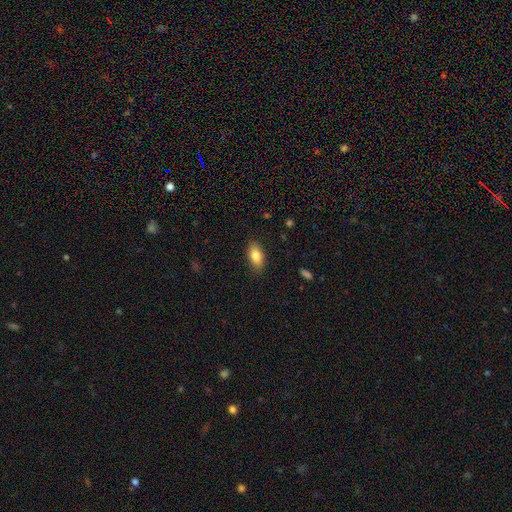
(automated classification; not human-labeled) The model was most divided on "merging": none: 85%, minor disturbance: 11%, major disturbance: 3%, merger: 1%. More confident: how rounded — in between (89%); smooth or featured — smooth (84%).